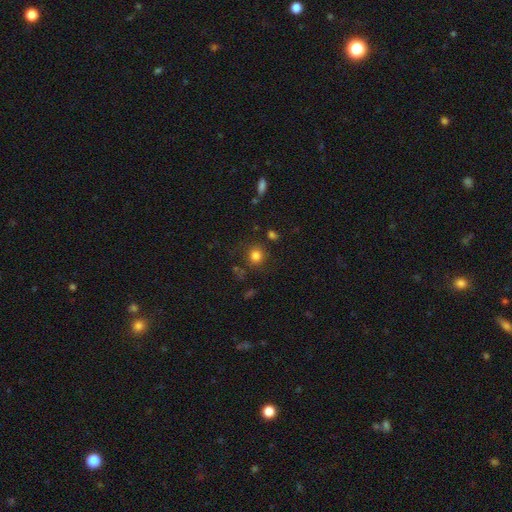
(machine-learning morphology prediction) This appears to be a smooth galaxy with no disk features (81%) that is round (87%). Merging: none (81%).